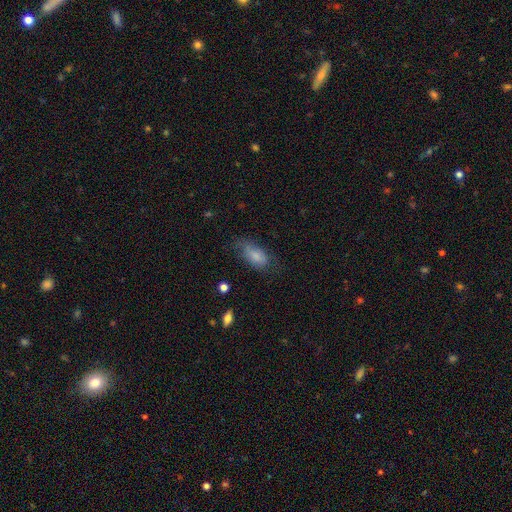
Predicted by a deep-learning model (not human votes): Morphology: type=smooth (80%); roundness=in between (88%); merging=none (51%).